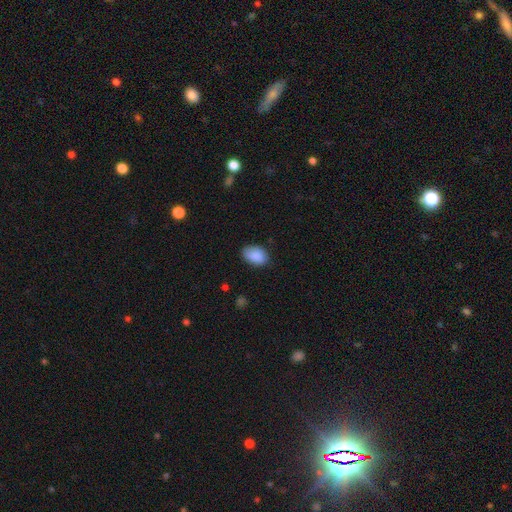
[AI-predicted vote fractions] A smooth galaxy with no disk features (89%) that is in between round and cigar-shaped (87%).

Vote fractions:
- Smooth or featured? smooth: 89% / star or artifact: 7% / featured or disk: 5%
- How rounded? in between: 87% / round: 11% / cigar-shaped: 1%
- Merging? none: 81% / minor disturbance: 15% / major disturbance: 3% / merger: 1%